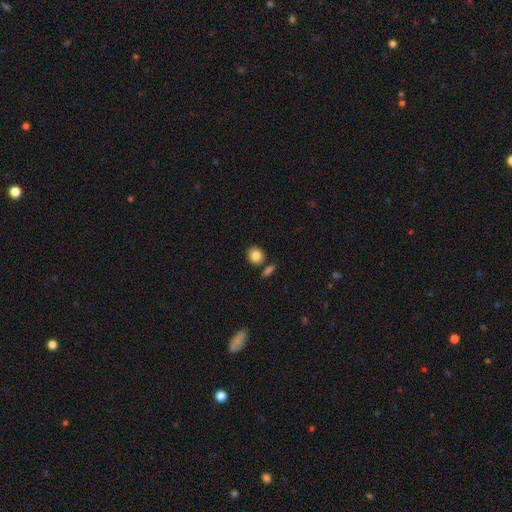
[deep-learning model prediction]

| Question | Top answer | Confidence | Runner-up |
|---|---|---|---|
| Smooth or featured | smooth | 85% | star or artifact (9%) |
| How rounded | round | 82% | in between (17%) |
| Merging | none | 77% | merger (10%) |